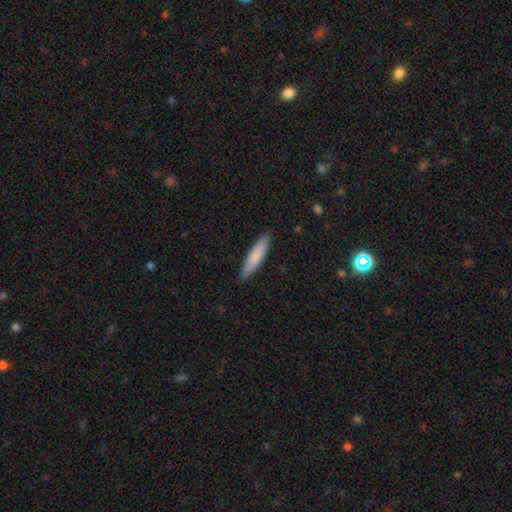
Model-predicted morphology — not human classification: This appears to be a smooth galaxy with no disk features (81%) that is cigar-shaped (84%). Merging: none (90%).